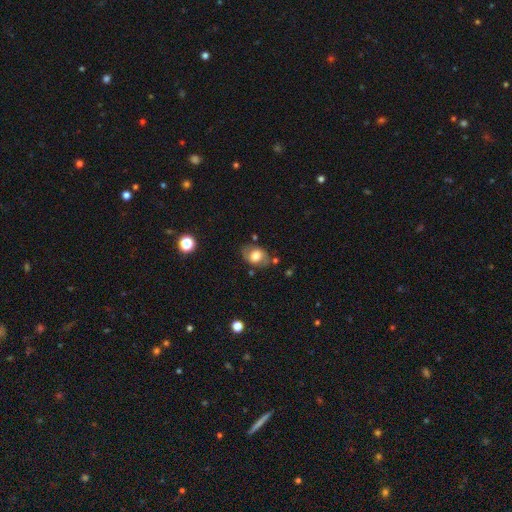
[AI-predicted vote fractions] Smooth or featured?
  - smooth: 67% *
  - featured or disk: 24%
  - star or artifact: 9%
How rounded?
  - in between: 68% *
  - round: 31%
  - cigar-shaped: 1%
Merging?
  - none: 72% *
  - minor disturbance: 18%
  - major disturbance: 6%
  - merger: 4%